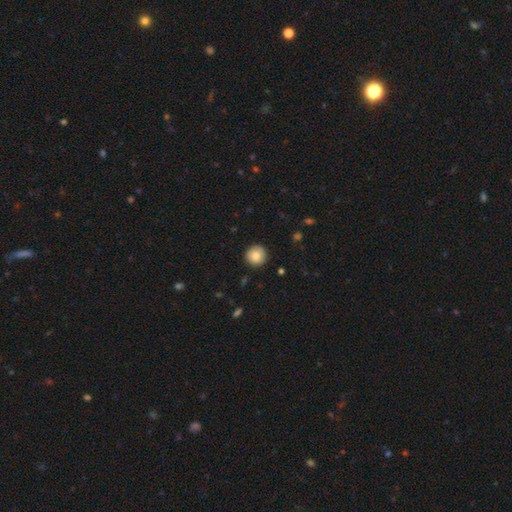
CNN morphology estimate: Smooth or featured? Predicted: smooth (p=0.86). How rounded? Predicted: round (p=0.95). Merging? Predicted: none (p=0.90).